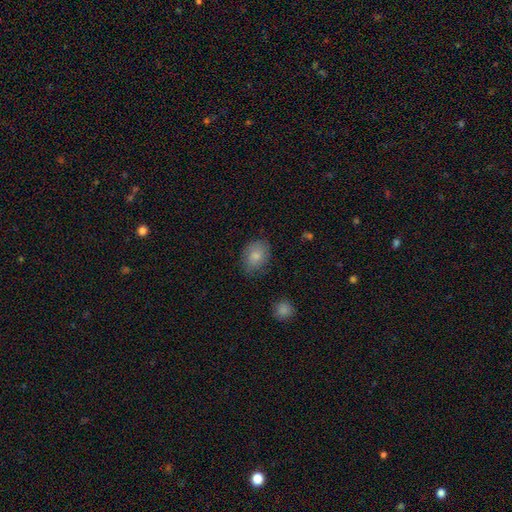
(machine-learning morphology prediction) Smooth or featured?
  - smooth: 83% *
  - featured or disk: 9%
  - star or artifact: 8%
How rounded?
  - in between: 63% *
  - round: 36%
  - cigar-shaped: 1%
Merging?
  - none: 75% *
  - minor disturbance: 19%
  - major disturbance: 4%
  - merger: 2%